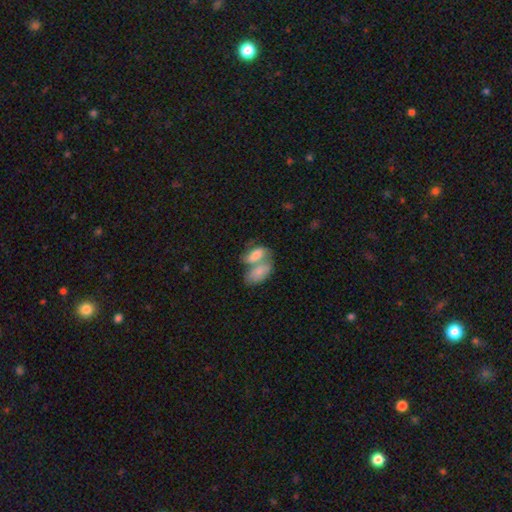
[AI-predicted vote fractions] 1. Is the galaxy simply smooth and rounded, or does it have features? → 75% smooth, 18% featured or disk, 7% star or artifact.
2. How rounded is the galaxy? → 88% in between, 7% cigar-shaped, 5% round.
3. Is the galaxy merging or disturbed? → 68% merger, 20% none, 8% minor disturbance, 4% major disturbance.